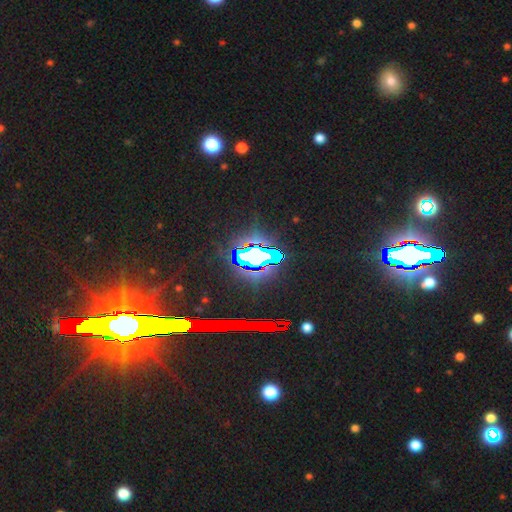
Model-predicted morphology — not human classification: Smooth or featured? Predicted: star or artifact (p=0.74).